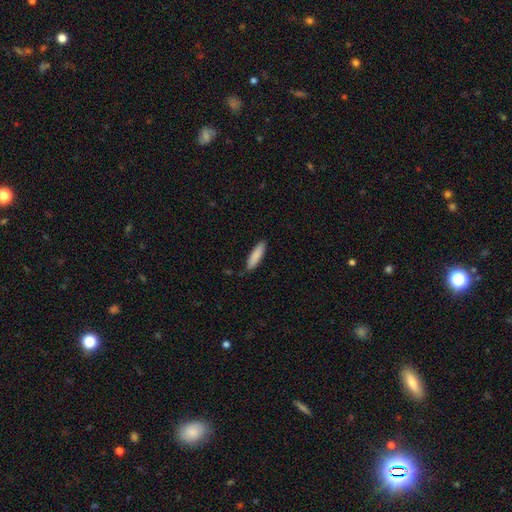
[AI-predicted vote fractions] Smooth or featured?
  - smooth: 85% *
  - featured or disk: 9%
  - star or artifact: 6%
How rounded?
  - cigar-shaped: 73% *
  - in between: 26%
  - round: 1%
Merging?
  - none: 84% *
  - minor disturbance: 12%
  - major disturbance: 2%
  - merger: 2%